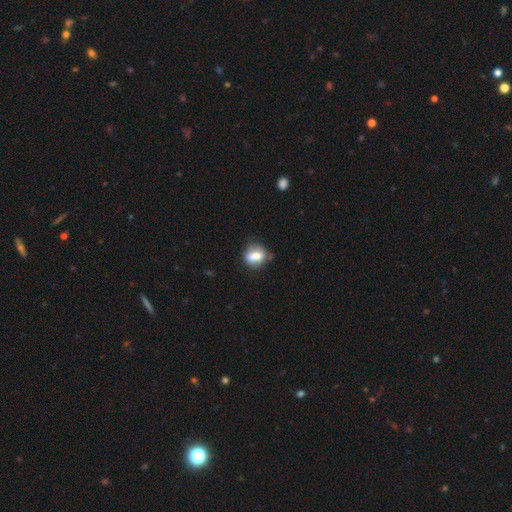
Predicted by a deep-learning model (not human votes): Q: Smooth or featured?
A: smooth (72%); runner-up: featured or disk (20%)
Q: How rounded?
A: in between (53%); runner-up: round (43%)
Q: Merging?
A: none (67%); runner-up: minor disturbance (22%)